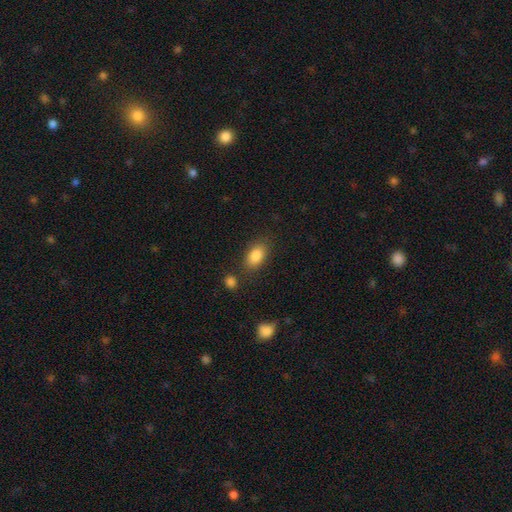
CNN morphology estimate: smooth-or-featured: smooth: 86% | star or artifact: 8% | featured or disk: 7%
  how-rounded: in between: 88% | round: 8% | cigar-shaped: 4%
  merging: none: 78% | minor disturbance: 13% | merger: 5% | major disturbance: 4%